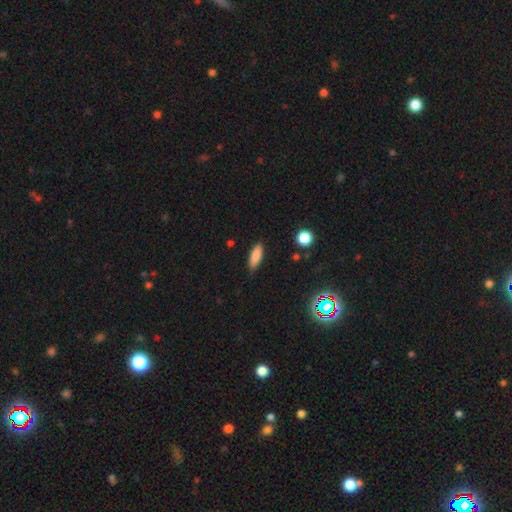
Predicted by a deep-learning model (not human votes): Overall: smooth (83%). How rounded: in between (58%; cigar-shaped 40%). Merging: none (83%).